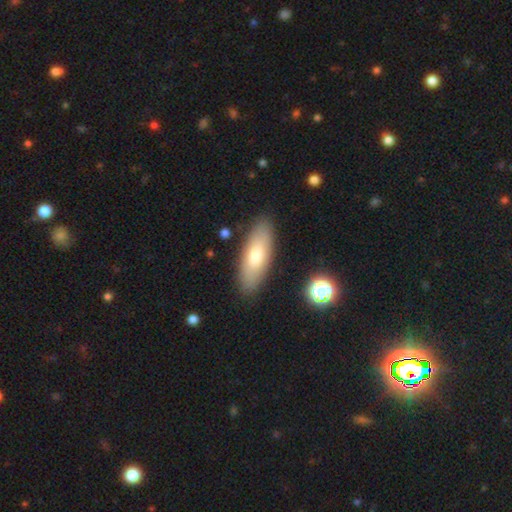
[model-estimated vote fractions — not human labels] The model was most divided on "how rounded": in between: 67%, cigar-shaped: 31%, round: 2%. More confident: merging — none (87%); smooth or featured — smooth (74%).